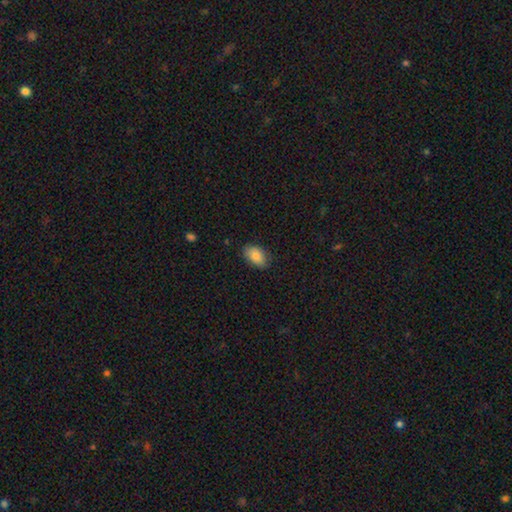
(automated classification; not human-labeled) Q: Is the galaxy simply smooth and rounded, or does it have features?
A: smooth — 85%.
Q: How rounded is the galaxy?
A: in between — 91%.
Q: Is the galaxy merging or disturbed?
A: none — 81%.